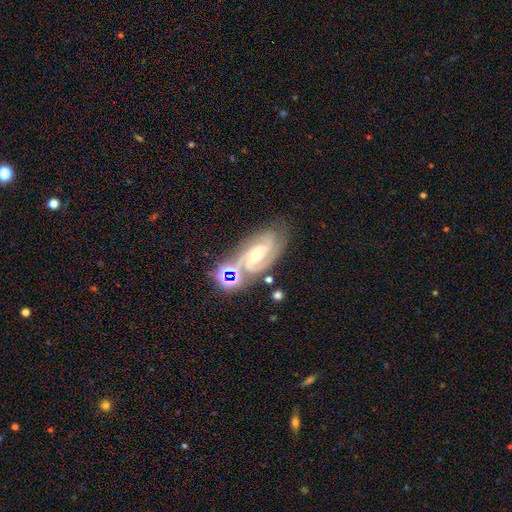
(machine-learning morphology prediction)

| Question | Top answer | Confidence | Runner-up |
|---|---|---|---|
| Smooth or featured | featured or disk | 86% | star or artifact (9%) |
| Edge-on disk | no | 96% | yes (4%) |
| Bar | no | 40% | weak (38%) |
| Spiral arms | yes | 98% | no (2%) |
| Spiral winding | tight | 53% | medium (41%) |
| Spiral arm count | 2 | 47% | 3 (33%) |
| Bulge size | small | 64% | moderate (32%) |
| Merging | none | 67% | minor disturbance (17%) |